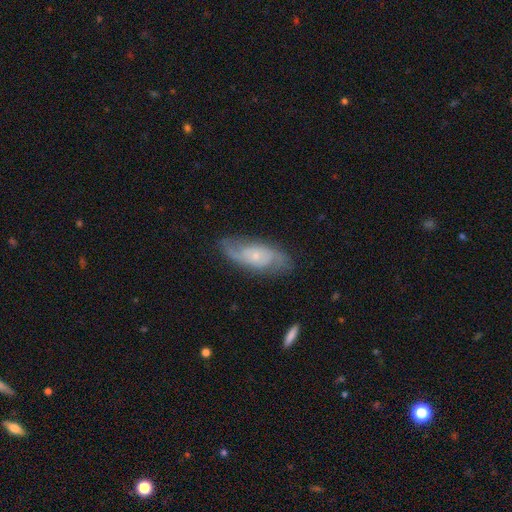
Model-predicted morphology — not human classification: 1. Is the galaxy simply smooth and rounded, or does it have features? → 75% featured or disk, 19% smooth, 6% star or artifact.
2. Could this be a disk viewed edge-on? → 91% no, 9% yes.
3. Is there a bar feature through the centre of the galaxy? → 69% no, 27% weak, 5% strong.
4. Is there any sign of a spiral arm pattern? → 92% yes, 8% no.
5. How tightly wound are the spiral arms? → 45% medium, 30% tight, 25% loose.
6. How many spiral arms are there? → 76% 2, 14% can't tell, 4% 3, 3% 1, 2% 4, 1% more than 4.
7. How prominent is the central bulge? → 71% small, 22% moderate, 4% none, 2% large, 1% dominant.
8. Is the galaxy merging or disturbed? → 74% none, 18% minor disturbance, 7% major disturbance, 2% merger.